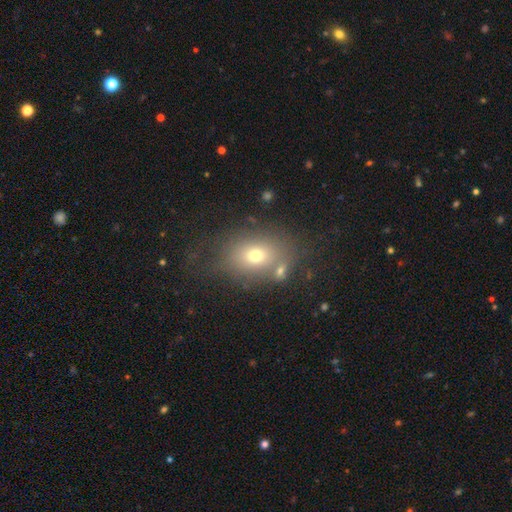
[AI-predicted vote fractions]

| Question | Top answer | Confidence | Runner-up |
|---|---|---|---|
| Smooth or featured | smooth | 68% | featured or disk (17%) |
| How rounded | in between | 59% | round (40%) |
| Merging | none | 60% | minor disturbance (17%) |